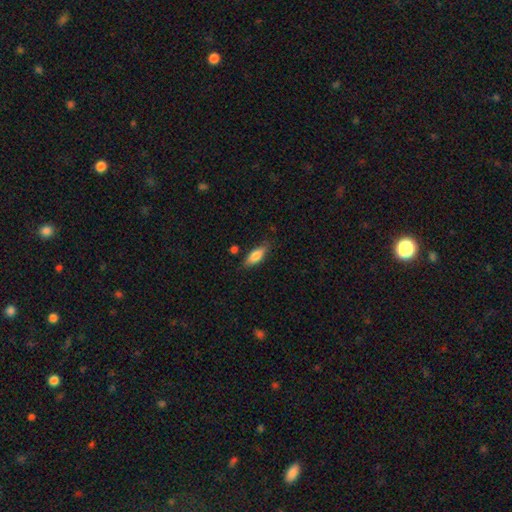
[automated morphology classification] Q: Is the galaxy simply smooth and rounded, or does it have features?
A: smooth — 78%.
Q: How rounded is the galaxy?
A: in between — 69%.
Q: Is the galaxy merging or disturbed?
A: none — 77%.